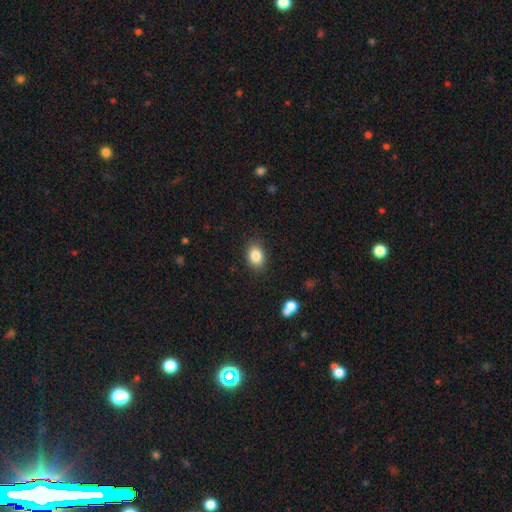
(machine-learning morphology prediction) This is clearly a smooth galaxy (86%). How rounded: likely in between (73%). Merging: clearly none (85%).